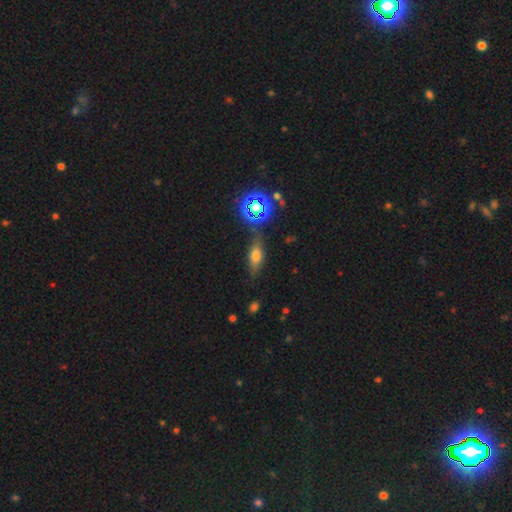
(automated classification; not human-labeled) Smooth or featured: smooth — 56% (featured or disk — 24%)
How rounded: in between — 64% (cigar-shaped — 28%)
Merging: none — 73% (minor disturbance — 16%)